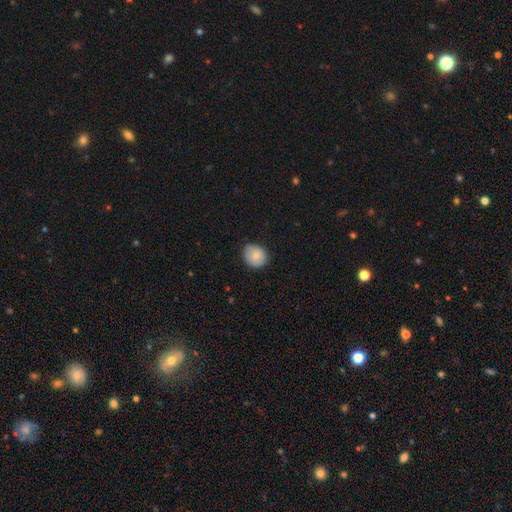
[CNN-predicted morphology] Q: Smooth or featured?
A: smooth (80%); runner-up: featured or disk (12%)
Q: How rounded?
A: round (69%); runner-up: in between (30%)
Q: Merging?
A: none (75%); runner-up: minor disturbance (21%)